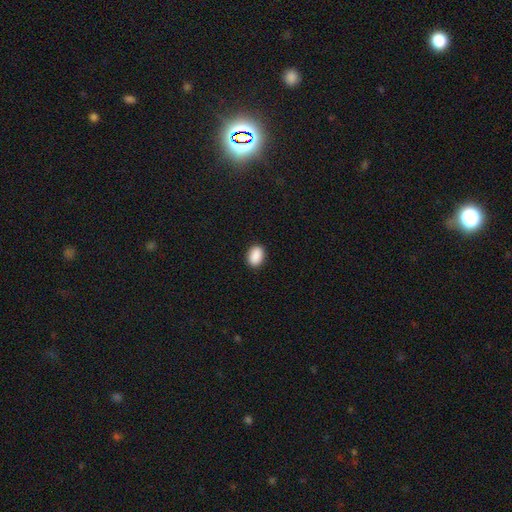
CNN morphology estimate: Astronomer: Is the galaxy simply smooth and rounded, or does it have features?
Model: smooth — 90%.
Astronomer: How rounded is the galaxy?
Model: in between — 82%.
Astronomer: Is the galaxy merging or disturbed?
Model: none — 90%.